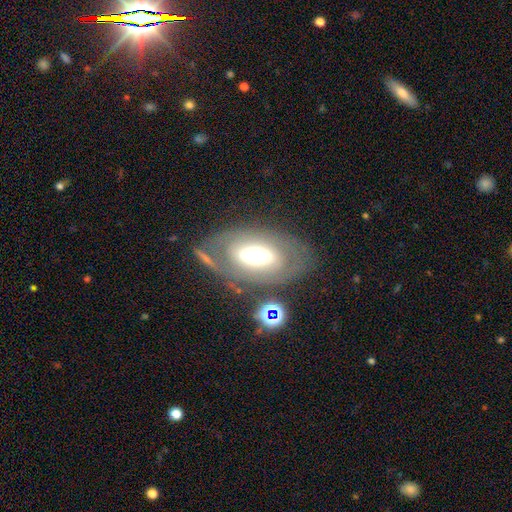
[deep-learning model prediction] featured or disk 60%, smooth 31%, star or artifact 9%. Down the decision tree: edge-on disk — no (88%); bar — no (45%); spiral arms — no (58%); bulge size — moderate (42%); merging — none (64%).